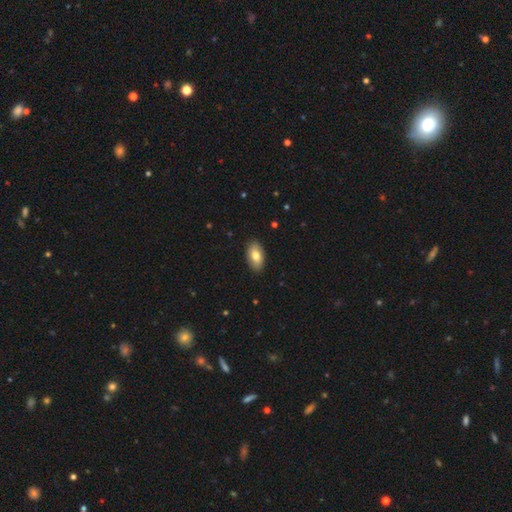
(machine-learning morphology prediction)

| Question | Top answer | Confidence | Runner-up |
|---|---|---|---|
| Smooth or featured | smooth | 78% | featured or disk (16%) |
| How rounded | in between | 94% | round (4%) |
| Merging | none | 89% | minor disturbance (8%) |